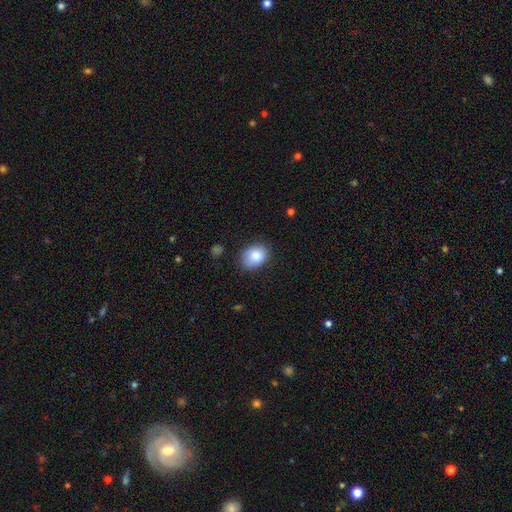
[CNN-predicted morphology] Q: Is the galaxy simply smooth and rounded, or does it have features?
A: smooth — 84%.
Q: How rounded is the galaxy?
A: in between — 66%.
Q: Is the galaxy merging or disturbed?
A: none — 75%.